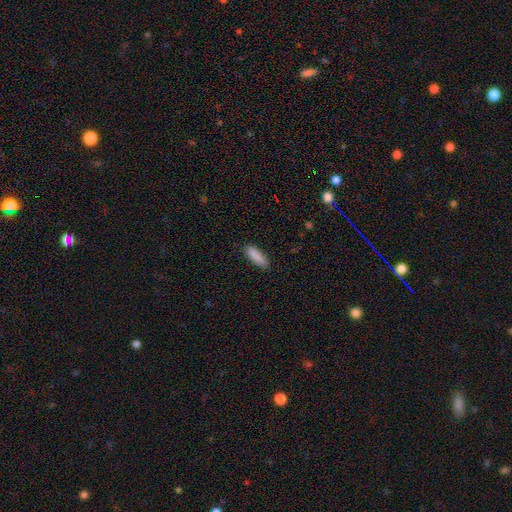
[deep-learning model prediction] smooth 89%, star or artifact 7%, featured or disk 5%. Down the decision tree: how rounded — in between (57%); merging — none (86%).